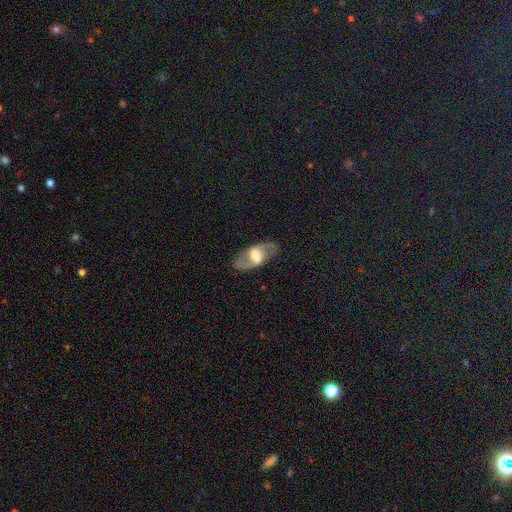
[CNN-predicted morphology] smooth-or-featured: featured or disk: 71% | smooth: 22% | star or artifact: 7%
  disk-edge-on: no: 89% | yes: 11%
    bar: weak: 41% | strong: 37% | no: 22%
    has-spiral-arms: yes: 75% | no: 25%
    bulge-size: large: 46% | moderate: 27% | small: 11% | none: 10% | dominant: 6%
  merging: none: 81% | minor disturbance: 12% | major disturbance: 6% | merger: 1%